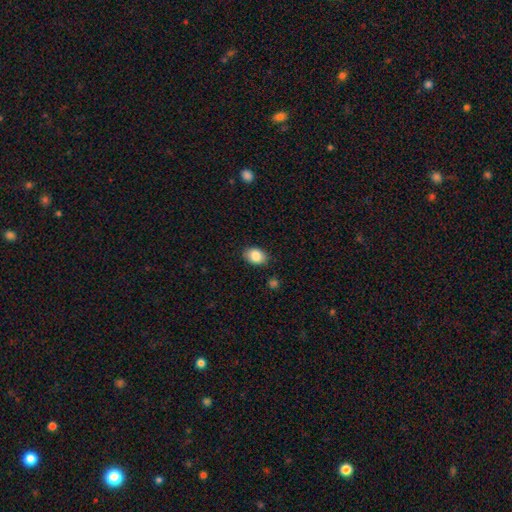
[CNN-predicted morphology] Smooth or featured?
  - smooth: 86% *
  - star or artifact: 8%
  - featured or disk: 6%
How rounded?
  - in between: 73% *
  - round: 26%
  - cigar-shaped: 1%
Merging?
  - none: 84% *
  - minor disturbance: 12%
  - major disturbance: 3%
  - merger: 2%